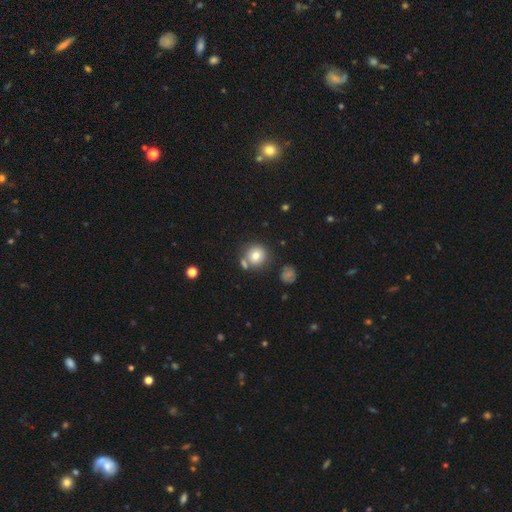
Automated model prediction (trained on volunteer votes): Smooth or featured? smooth (75%)
How rounded? round (91%)
Merging? none (69%)